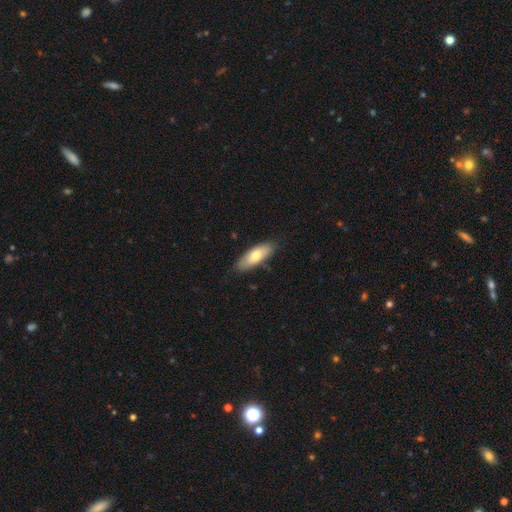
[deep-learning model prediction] Smooth or featured? Predicted: smooth (p=0.72). How rounded? Predicted: in between (p=0.70). Merging? Predicted: none (p=0.81).